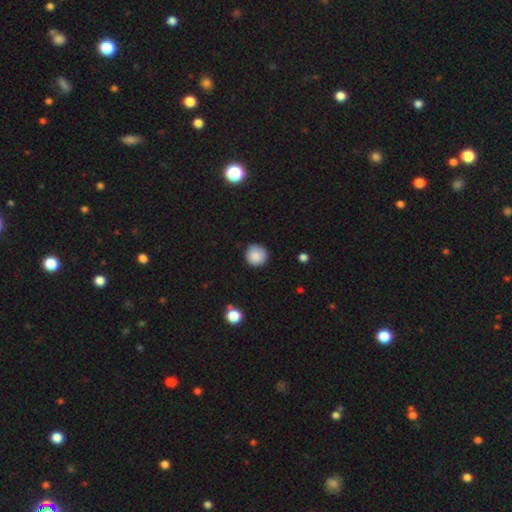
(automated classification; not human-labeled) Morphology: type=smooth (87%); roundness=round (95%); merging=none (88%).